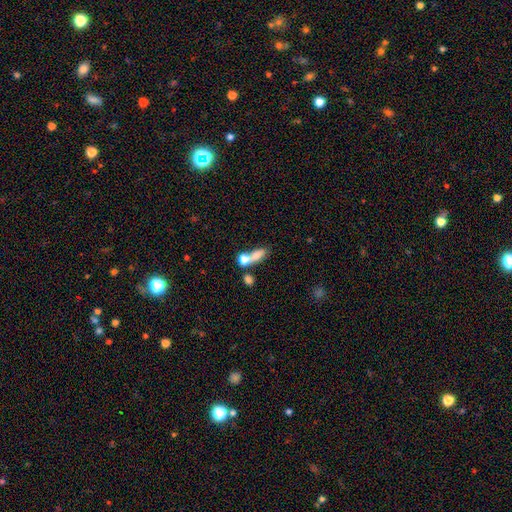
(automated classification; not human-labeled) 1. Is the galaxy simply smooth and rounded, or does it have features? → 74% smooth, 15% featured or disk, 12% star or artifact.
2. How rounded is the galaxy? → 59% in between, 24% round, 17% cigar-shaped.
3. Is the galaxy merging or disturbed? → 48% merger, 32% none, 11% minor disturbance, 9% major disturbance.